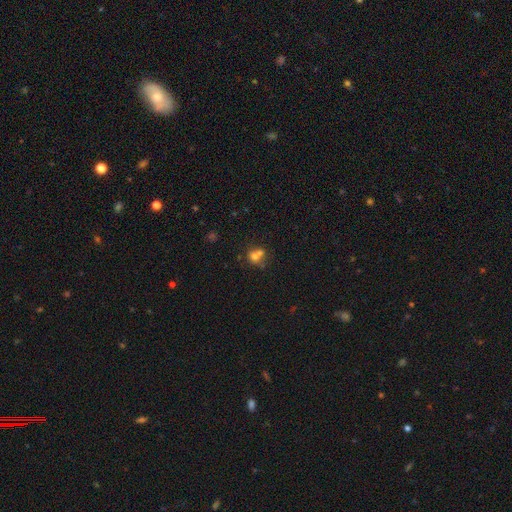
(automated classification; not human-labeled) smooth 67%, featured or disk 18%, star or artifact 15%. Down the decision tree: how rounded — round (71%); merging — merger (54%).